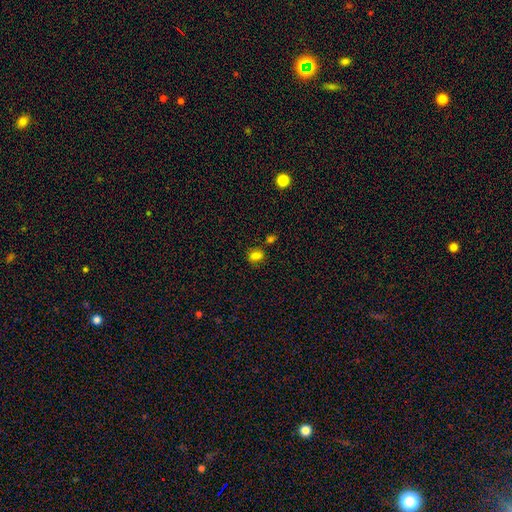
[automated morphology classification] Smooth or featured? Predicted: smooth (p=0.79). How rounded? Predicted: in between (p=0.54). Merging? Predicted: none (p=0.73).